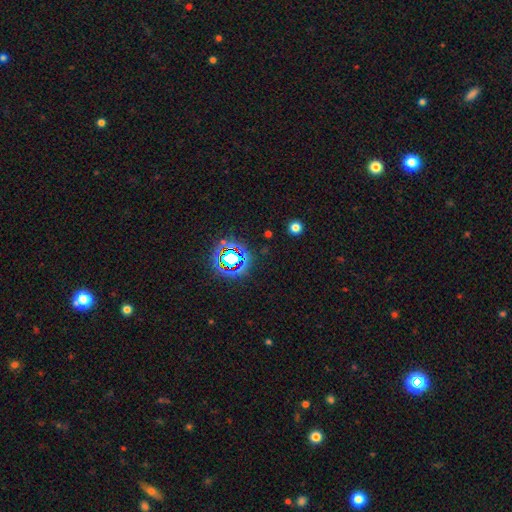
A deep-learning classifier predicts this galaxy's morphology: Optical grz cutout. It shows a star or artifact, not a galaxy (76%).